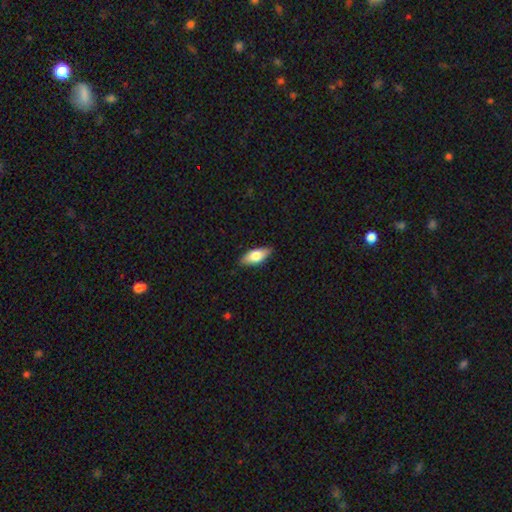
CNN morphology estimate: smooth-or-featured: smooth: 74% | featured or disk: 20% | star or artifact: 6%
  how-rounded: in between: 82% | cigar-shaped: 16% | round: 3%
  merging: none: 86% | minor disturbance: 11% | major disturbance: 2% | merger: 1%